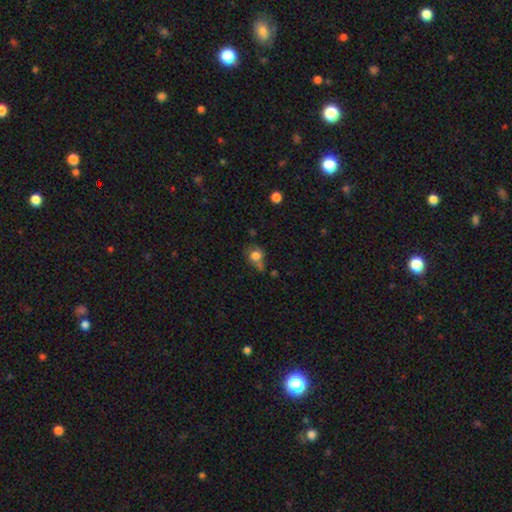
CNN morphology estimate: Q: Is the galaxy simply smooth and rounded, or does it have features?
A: smooth — 75%.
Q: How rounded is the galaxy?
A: round — 72%.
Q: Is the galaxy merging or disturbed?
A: none — 43%.